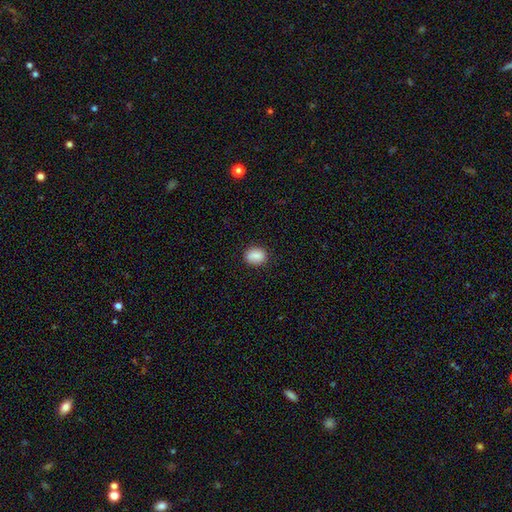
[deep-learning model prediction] smooth 85%, star or artifact 8%, featured or disk 6%. Down the decision tree: how rounded — round (51%); merging — none (86%).